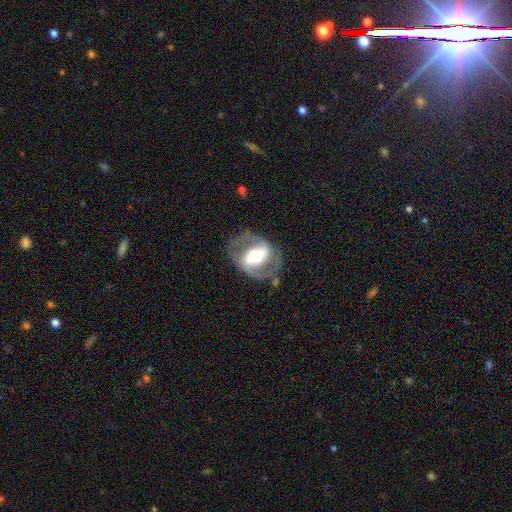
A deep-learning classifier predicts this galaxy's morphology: featured or disk 75%, smooth 19%, star or artifact 6%. Down the decision tree: edge-on disk — no (94%); bar — strong (49%); spiral arms — yes (67%); bulge size — moderate (56%); merging — none (67%).